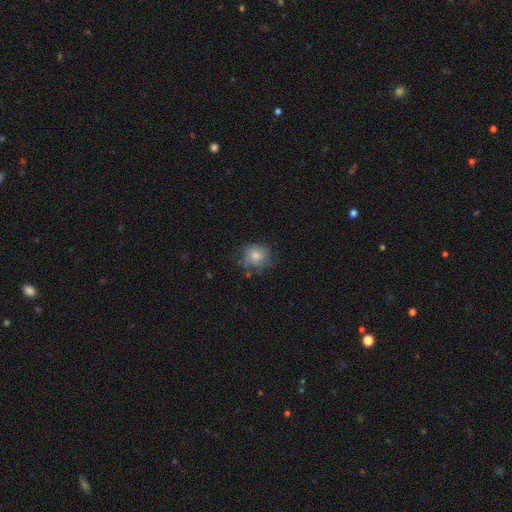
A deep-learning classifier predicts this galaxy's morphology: The model was most divided on "merging": none: 62%, minor disturbance: 25%, major disturbance: 10%, merger: 3%. More confident: how rounded — round (78%); smooth or featured — smooth (74%).